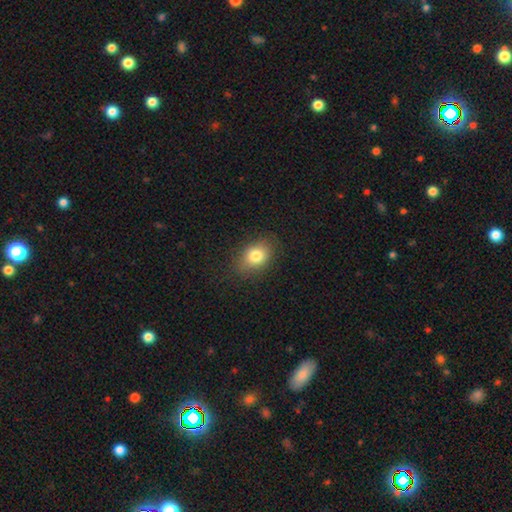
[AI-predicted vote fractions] Overall: smooth (81%). How rounded: in between (67%; round 32%). Merging: none (83%).